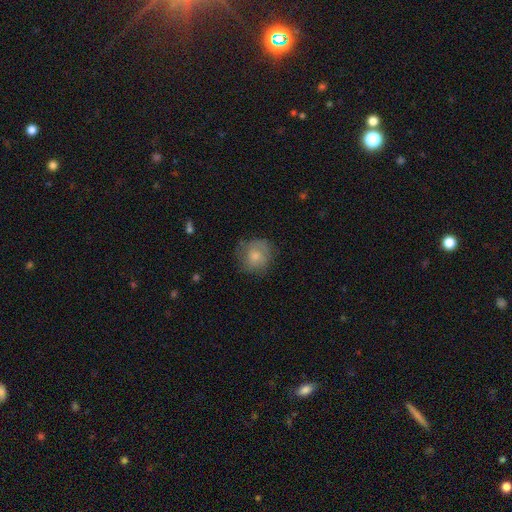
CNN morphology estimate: Smooth or featured? Predicted: smooth (p=0.60). How rounded? Predicted: round (p=0.85). Merging? Predicted: none (p=0.68).